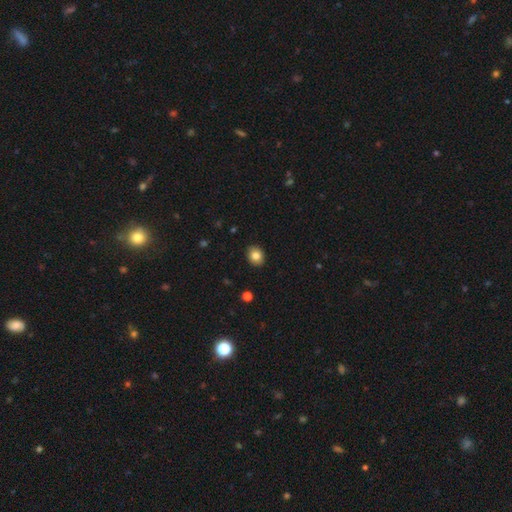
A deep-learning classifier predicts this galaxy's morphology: smooth-or-featured: smooth: 83% | star or artifact: 9% | featured or disk: 8%
  how-rounded: round: 56% | in between: 43% | cigar-shaped: 1%
  merging: none: 90% | minor disturbance: 8% | major disturbance: 2% | merger: 1%